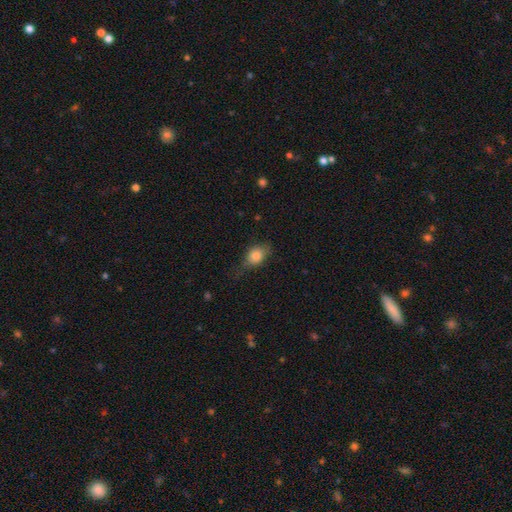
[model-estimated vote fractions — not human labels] Smooth or featured? smooth (81%)
How rounded? in between (69%)
Merging? none (51%)